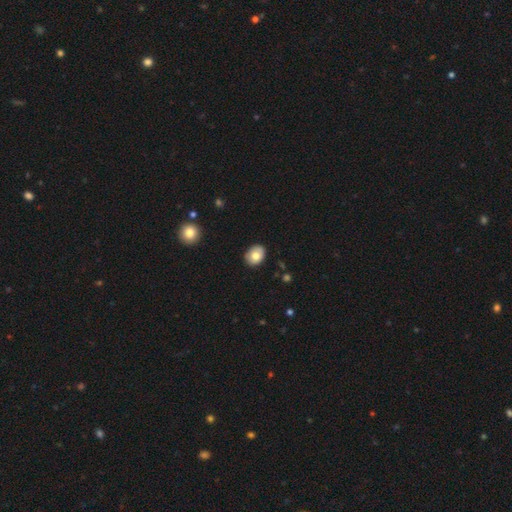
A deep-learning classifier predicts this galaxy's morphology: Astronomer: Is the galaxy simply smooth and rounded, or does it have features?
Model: smooth — 80%.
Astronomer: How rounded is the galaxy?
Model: in between — 55% (runner-up: round, 44%).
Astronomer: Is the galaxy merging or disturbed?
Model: none — 86%.